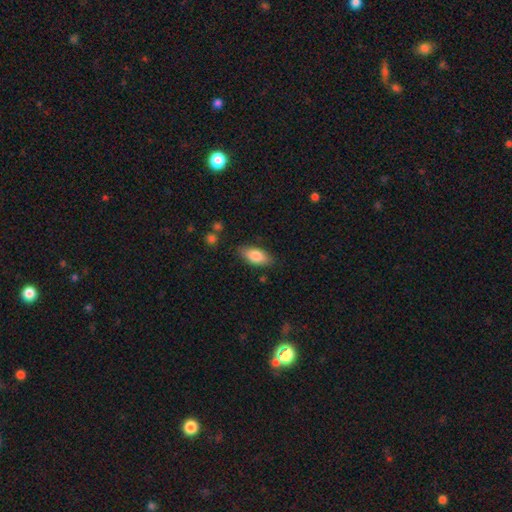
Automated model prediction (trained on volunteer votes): This is clearly a smooth galaxy (82%). How rounded: clearly in between (87%). Merging: clearly none (83%).